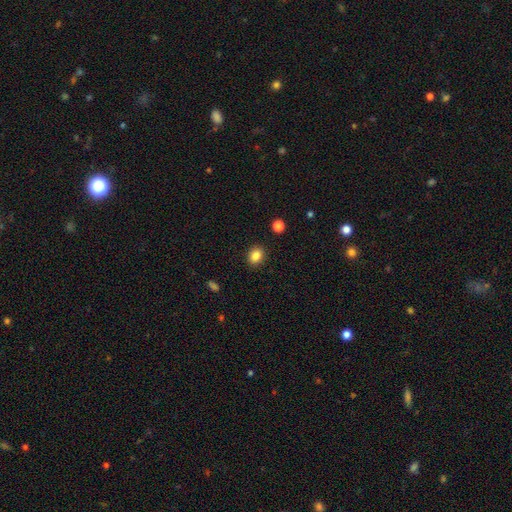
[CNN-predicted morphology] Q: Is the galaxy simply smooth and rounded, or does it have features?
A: smooth — 85%.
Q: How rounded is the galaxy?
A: round — 50%.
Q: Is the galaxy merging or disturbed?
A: none — 89%.